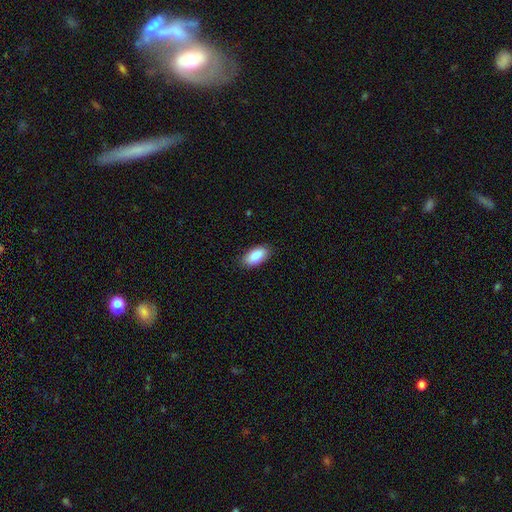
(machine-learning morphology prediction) smooth_or_featured: smooth (p=0.88) [alt: star or artifact p=0.06]
how_rounded: in between (p=0.93) [alt: cigar-shaped p=0.05]
merging: none (p=0.87) [alt: minor disturbance p=0.10]